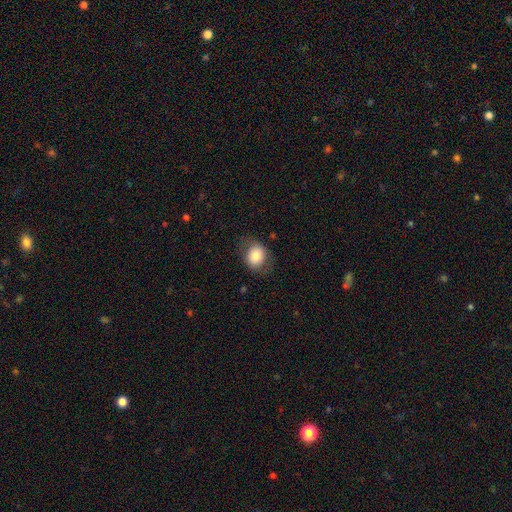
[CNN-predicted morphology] Smooth or featured: smooth — 77% (featured or disk — 15%)
How rounded: round — 57% (in between — 42%)
Merging: none — 73% (minor disturbance — 18%)